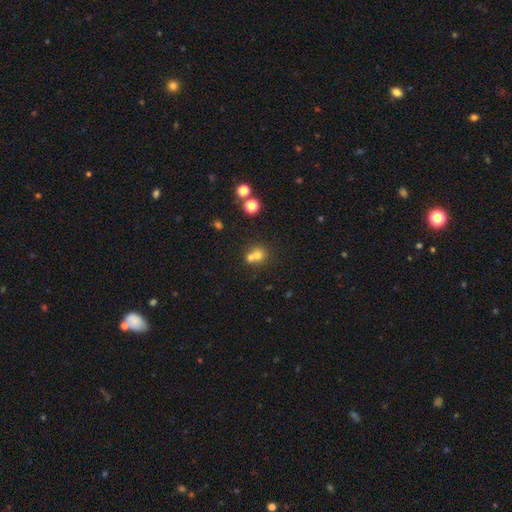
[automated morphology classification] This is likely a smooth galaxy (69%). How rounded: clearly round (84%). Merging: possibly merger (49%).